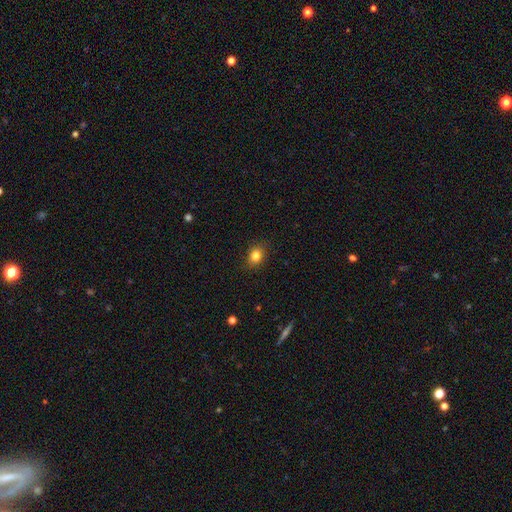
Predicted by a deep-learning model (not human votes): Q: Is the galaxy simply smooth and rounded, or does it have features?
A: smooth — 83%.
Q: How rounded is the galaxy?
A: in between — 53%.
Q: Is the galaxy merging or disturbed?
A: none — 87%.